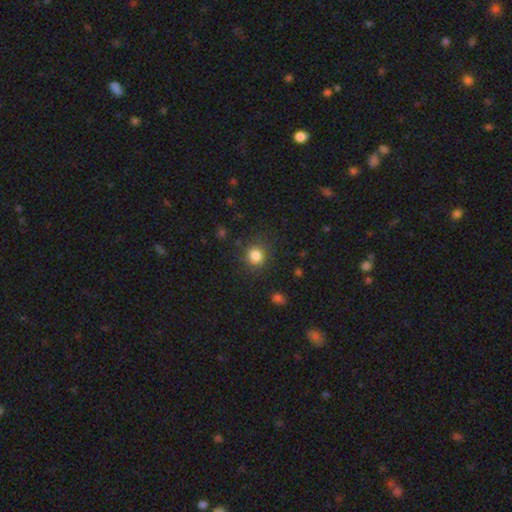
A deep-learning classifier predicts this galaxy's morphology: This appears to be a smooth galaxy with no disk features (83%) that is round (86%). Merging: none (82%).